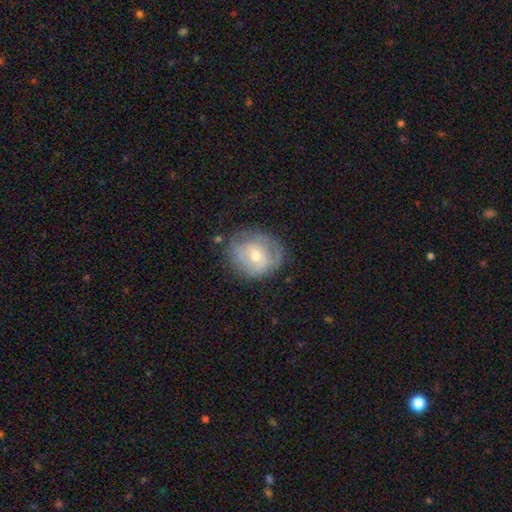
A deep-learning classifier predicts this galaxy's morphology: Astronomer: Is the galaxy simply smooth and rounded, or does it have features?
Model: featured or disk — 57% (runner-up: smooth, 35%).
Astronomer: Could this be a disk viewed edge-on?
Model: no — 97%.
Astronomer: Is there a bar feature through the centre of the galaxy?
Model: no — 66%.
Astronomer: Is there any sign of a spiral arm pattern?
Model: yes — 70%.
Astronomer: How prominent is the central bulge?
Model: moderate — 55% (runner-up: small, 40%).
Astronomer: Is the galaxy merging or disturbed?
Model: none — 67%.